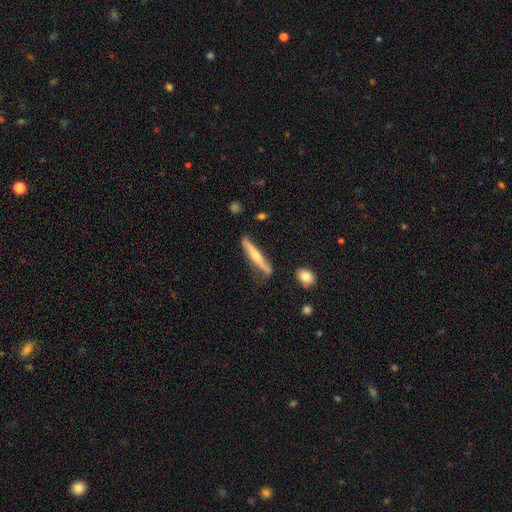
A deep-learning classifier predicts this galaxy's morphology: Smooth or featured? Predicted: featured or disk (p=0.63). Edge-on disk? Predicted: yes (p=0.93). Edge-on bulge? Predicted: rounded (p=0.86). Merging? Predicted: none (p=0.75).